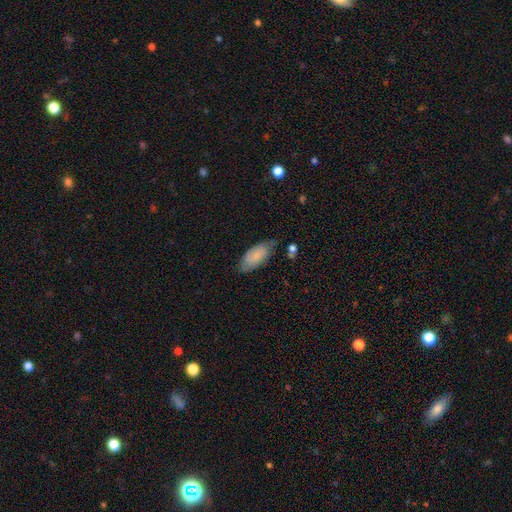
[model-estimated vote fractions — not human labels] smooth-or-featured: smooth: 77% | featured or disk: 17% | star or artifact: 6%
  how-rounded: in between: 87% | cigar-shaped: 11% | round: 2%
  merging: none: 64% | minor disturbance: 28% | major disturbance: 6% | merger: 3%